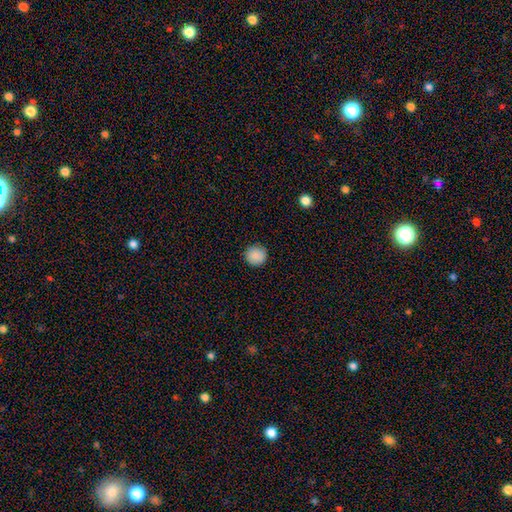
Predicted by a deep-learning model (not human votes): Smooth or featured? Predicted: smooth (p=0.89). How rounded? Predicted: round (p=0.94). Merging? Predicted: none (p=0.91).